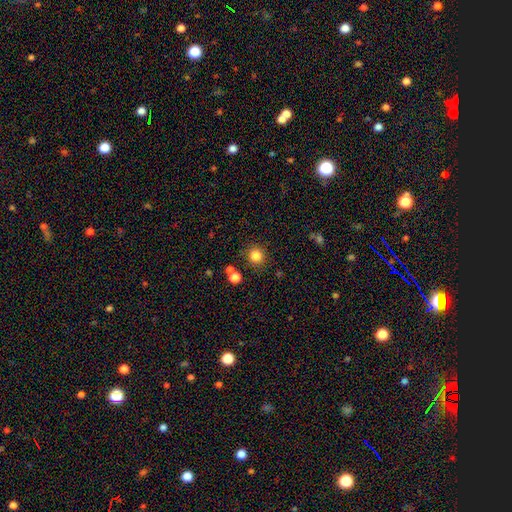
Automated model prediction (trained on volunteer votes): A smooth galaxy with no disk features (83%) that is round (91%). Merging: none (85%).